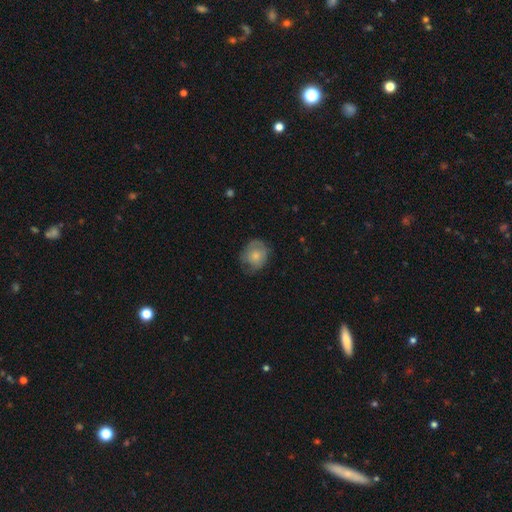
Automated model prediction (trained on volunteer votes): A smooth galaxy with no disk features (70%) that is round (70%).

Vote fractions:
- Smooth or featured? smooth: 70% / featured or disk: 23% / star or artifact: 7%
- How rounded? round: 70% / in between: 29% / cigar-shaped: 1%
- Merging? none: 58% / minor disturbance: 30% / major disturbance: 11% / merger: 1%